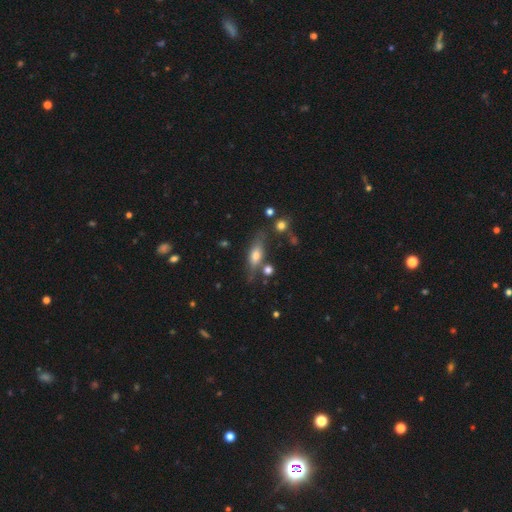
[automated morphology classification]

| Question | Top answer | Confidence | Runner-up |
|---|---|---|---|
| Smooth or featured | smooth | 57% | featured or disk (33%) |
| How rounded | in between | 59% | cigar-shaped (37%) |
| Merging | none | 64% | minor disturbance (19%) |